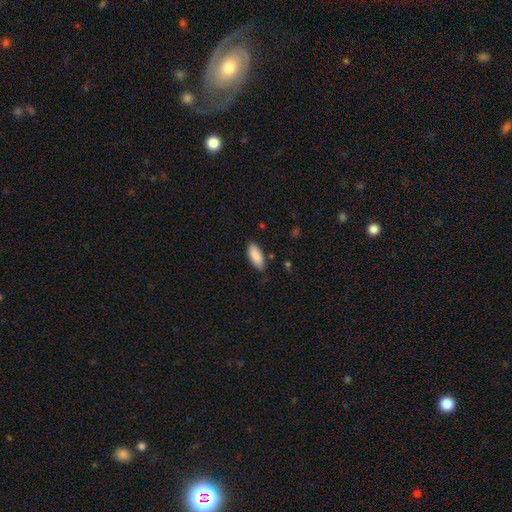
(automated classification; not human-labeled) smooth 89%, star or artifact 6%, featured or disk 5%. Down the decision tree: how rounded — in between (84%); merging — none (81%).